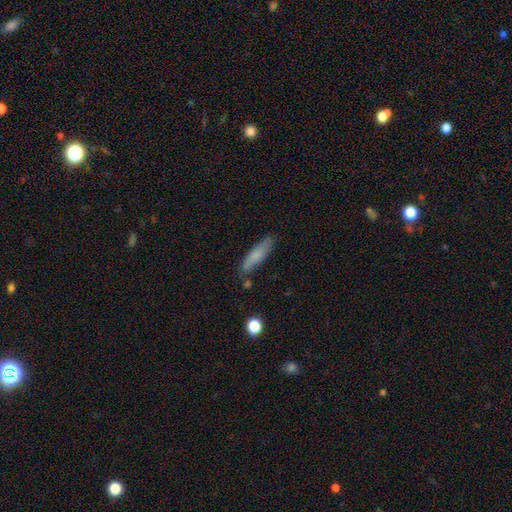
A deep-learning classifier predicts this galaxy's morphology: A smooth galaxy with no disk features (72%) that is cigar-shaped (71%). Merging: none (74%).